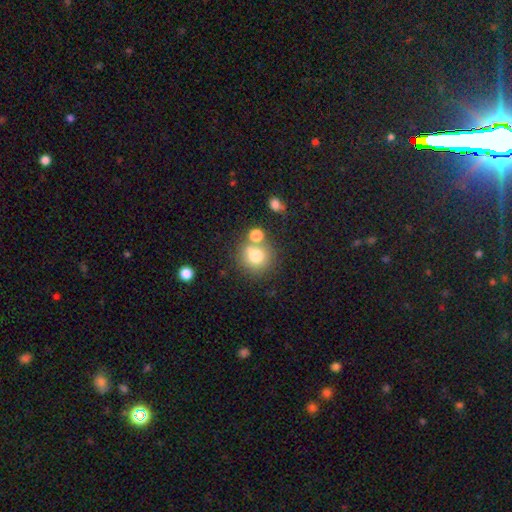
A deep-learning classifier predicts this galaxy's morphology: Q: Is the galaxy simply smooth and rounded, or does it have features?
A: smooth — 74%.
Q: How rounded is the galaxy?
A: round — 87%.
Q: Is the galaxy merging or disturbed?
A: none — 59%.